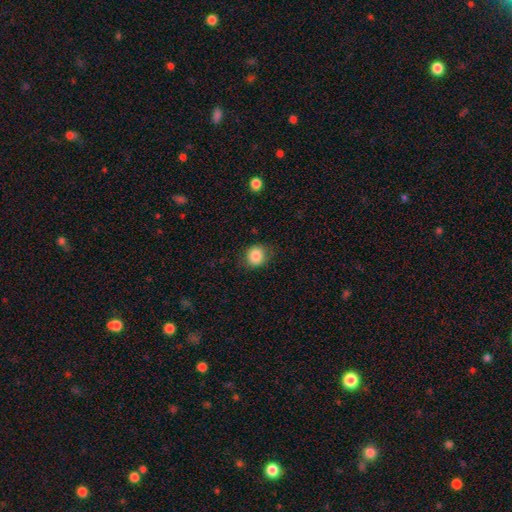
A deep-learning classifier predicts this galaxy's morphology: A smooth galaxy with no disk features (85%) that is round (81%).

Vote fractions:
- Smooth or featured? smooth: 85% / star or artifact: 10% / featured or disk: 6%
- How rounded? round: 81% / in between: 18% / cigar-shaped: 1%
- Merging? none: 78% / minor disturbance: 17% / major disturbance: 4% / merger: 1%